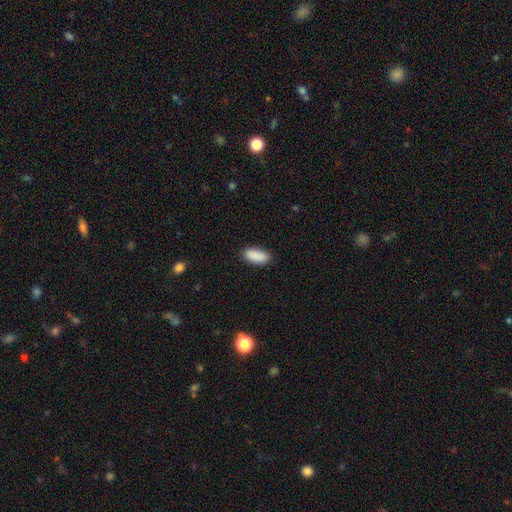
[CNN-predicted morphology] A smooth galaxy with no disk features (91%) that is in between round and cigar-shaped (86%). Merging: none (87%).